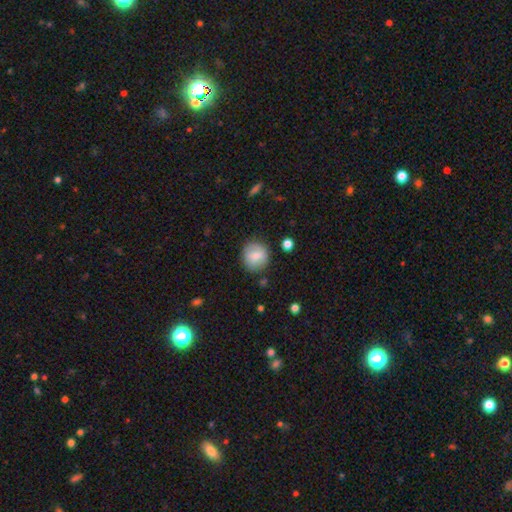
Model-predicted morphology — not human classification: Smooth or featured: smooth — 76% (featured or disk — 16%)
How rounded: round — 87% (in between — 12%)
Merging: none — 82% (minor disturbance — 13%)